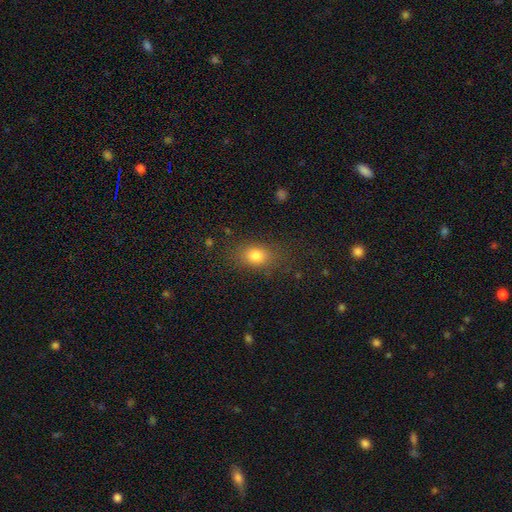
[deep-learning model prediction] Overall: smooth (80%). How rounded: in between (72%). Merging: none (80%).